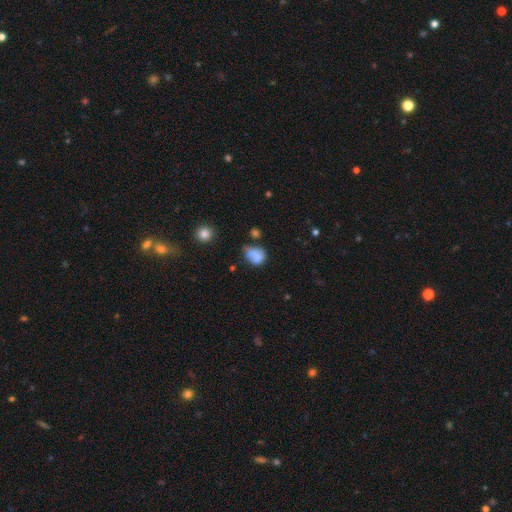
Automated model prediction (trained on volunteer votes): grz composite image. It shows a smooth galaxy with no disk features (69%) that is in between round and cigar-shaped (53%). Merging: none (34%).